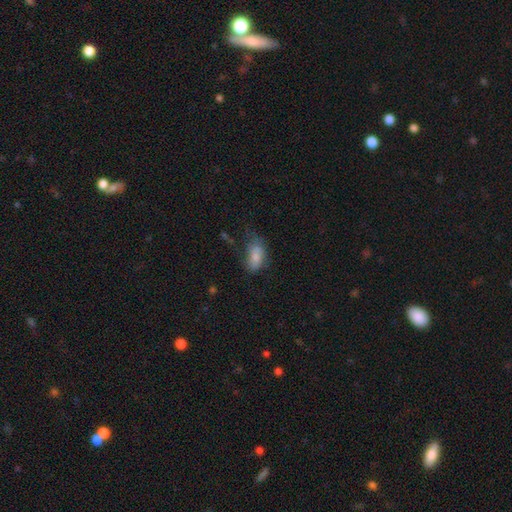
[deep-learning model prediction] Smooth or featured? smooth (72%)
How rounded? in between (90%)
Merging? none (38%)